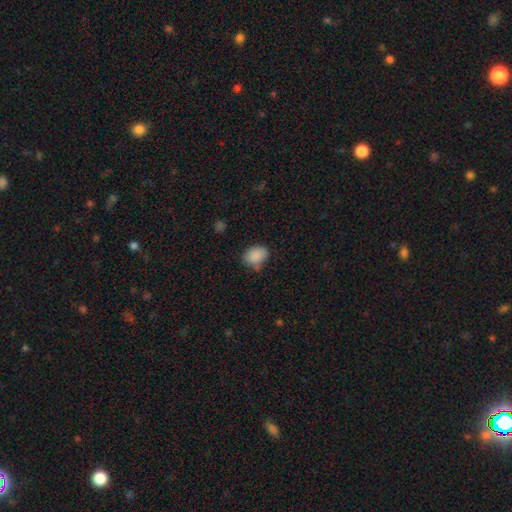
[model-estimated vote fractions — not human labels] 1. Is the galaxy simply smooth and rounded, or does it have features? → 88% smooth, 8% star or artifact, 4% featured or disk.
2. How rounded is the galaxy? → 74% in between, 25% round, 1% cigar-shaped.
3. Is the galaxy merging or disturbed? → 69% none, 22% minor disturbance, 5% major disturbance, 4% merger.